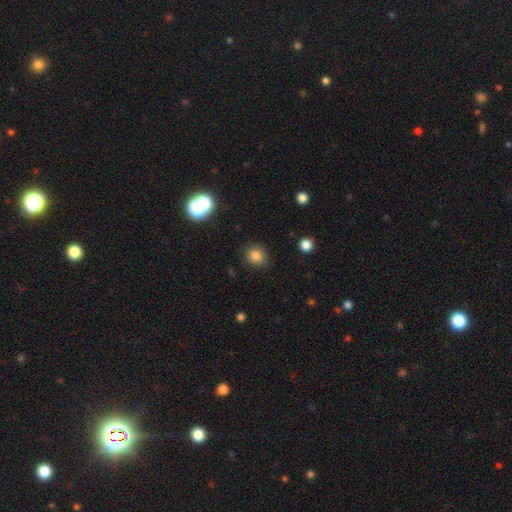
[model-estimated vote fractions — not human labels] smooth 83%, star or artifact 13%, featured or disk 5%. Down the decision tree: how rounded — round (82%); merging — none (86%).